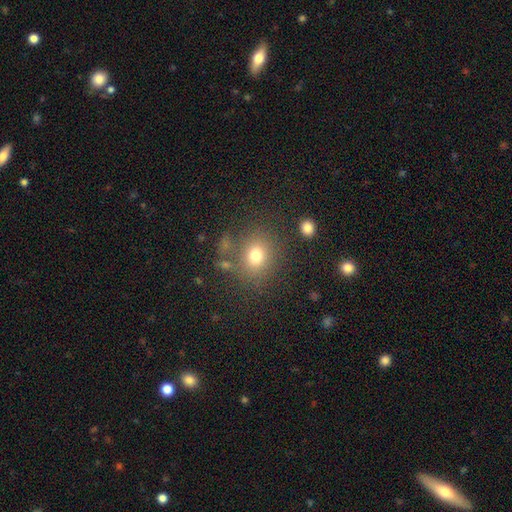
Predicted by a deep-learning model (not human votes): Smooth or featured?
  - smooth: 75% *
  - star or artifact: 14%
  - featured or disk: 11%
How rounded?
  - round: 65% *
  - in between: 34%
  - cigar-shaped: 1%
Merging?
  - none: 76% *
  - minor disturbance: 12%
  - major disturbance: 6%
  - merger: 6%